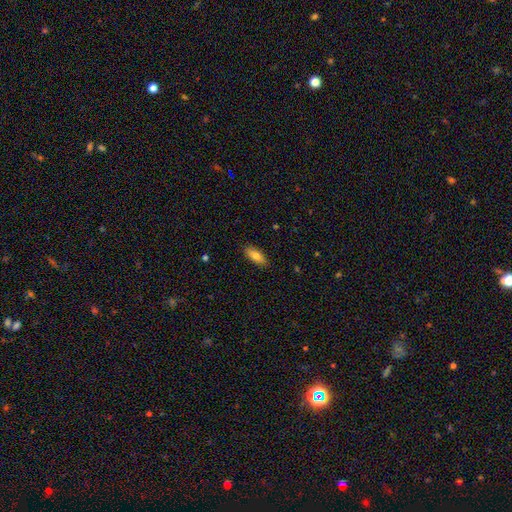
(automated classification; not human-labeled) Q: Smooth or featured?
A: smooth (79%); runner-up: featured or disk (14%)
Q: How rounded?
A: in between (75%); runner-up: cigar-shaped (22%)
Q: Merging?
A: none (88%); runner-up: minor disturbance (9%)